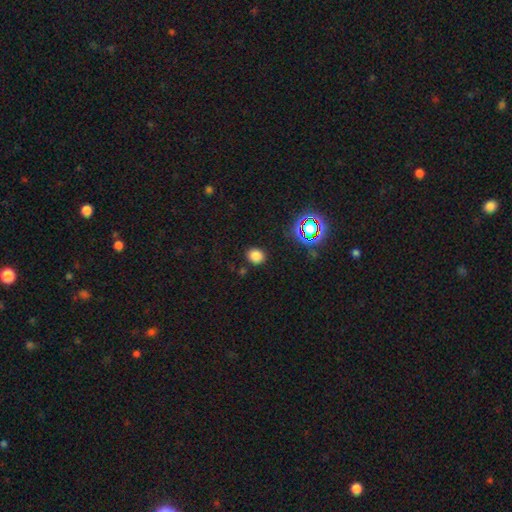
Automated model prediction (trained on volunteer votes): This appears to be a smooth galaxy with no disk features (77%) that is round (65%). Merging: none (86%).